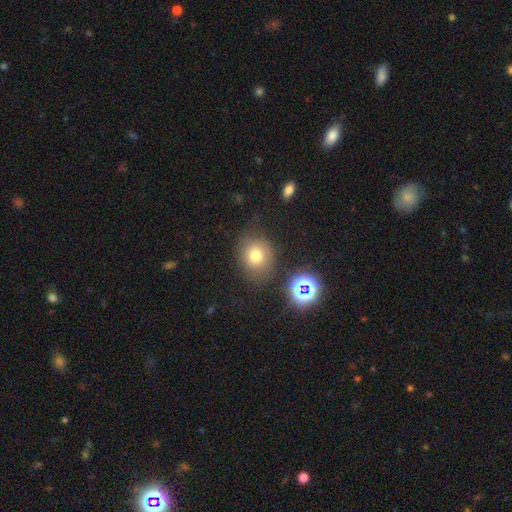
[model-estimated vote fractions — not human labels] smooth_or_featured: smooth (p=0.74) [alt: star or artifact p=0.15]
how_rounded: round (p=0.71) [alt: in between p=0.28]
merging: none (p=0.72) [alt: minor disturbance p=0.16]